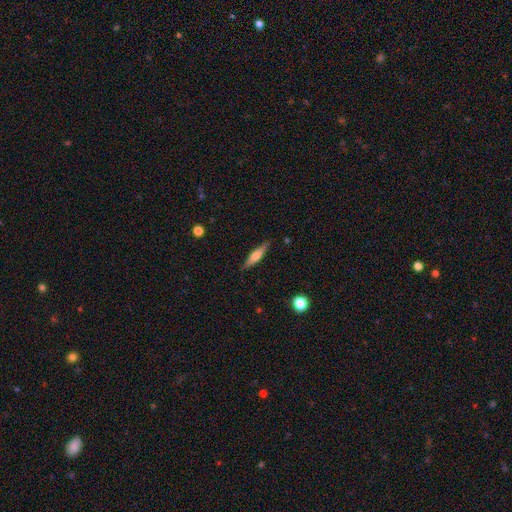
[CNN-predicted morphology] A featured or disk galaxy (49%). Merging: none (88%).